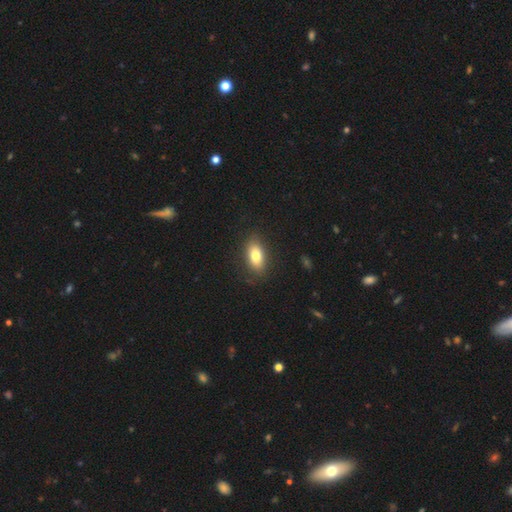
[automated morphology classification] Smooth or featured? smooth (78%)
How rounded? in between (87%)
Merging? none (85%)